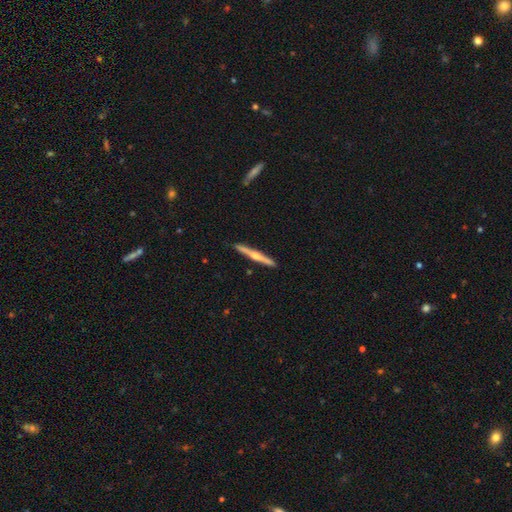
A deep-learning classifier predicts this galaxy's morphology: Smooth or featured: featured or disk — 66% (smooth — 29%)
Edge-on disk: yes — 98% (no — 2%)
Edge-on bulge: rounded — 83% (none — 12%)
Merging: none — 91% (minor disturbance — 6%)